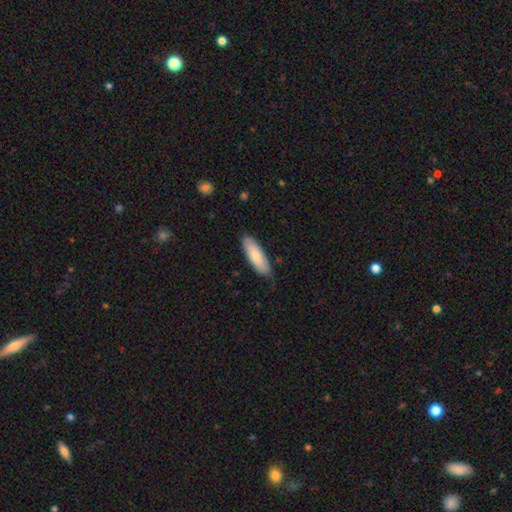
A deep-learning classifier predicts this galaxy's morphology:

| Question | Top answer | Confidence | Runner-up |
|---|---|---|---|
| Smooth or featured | smooth | 81% | featured or disk (14%) |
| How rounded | in between | 58% | cigar-shaped (41%) |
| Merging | none | 84% | minor disturbance (13%) |